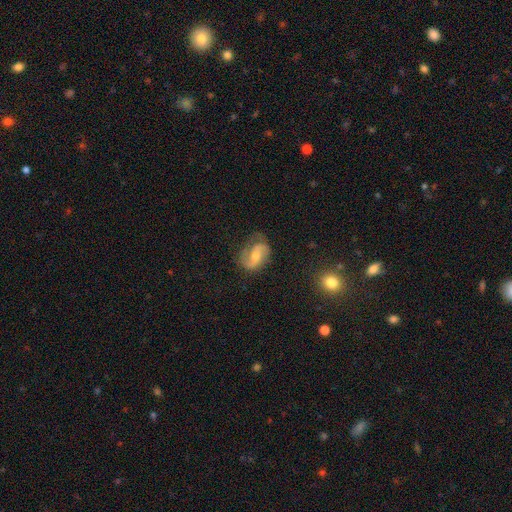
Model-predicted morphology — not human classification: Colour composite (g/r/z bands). It shows a featured or disk galaxy (74%) with a weak bar (43%, tied with no), 2 (84%) medium (47%) spiral arms (93%) and a moderate central bulge (51%). Merging: none (62%).